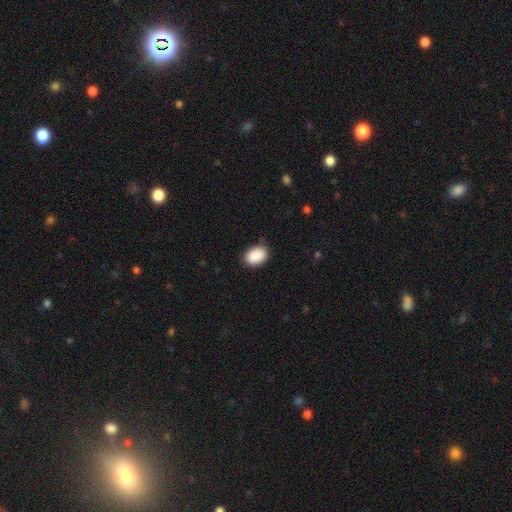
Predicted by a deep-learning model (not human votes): Smooth or featured? smooth (91%)
How rounded? in between (83%)
Merging? none (85%)